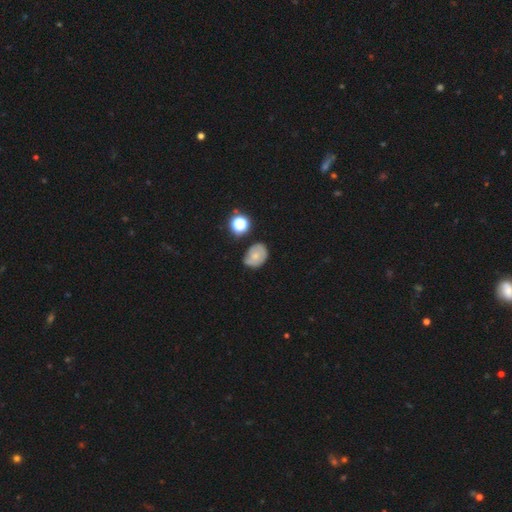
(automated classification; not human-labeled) This appears to be a smooth galaxy with no disk features (56%) that is in between round and cigar-shaped (57%). Merging: none (58%).